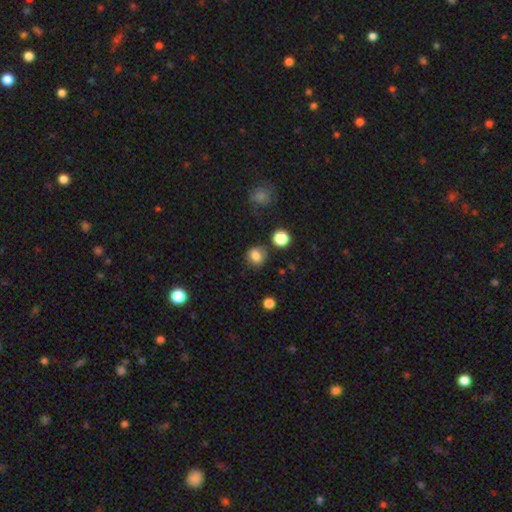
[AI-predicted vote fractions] Morphology: type=smooth (80%); roundness=round (76%); merging=none (75%).